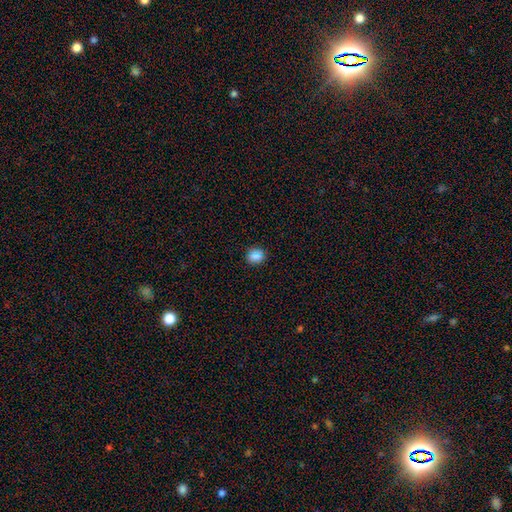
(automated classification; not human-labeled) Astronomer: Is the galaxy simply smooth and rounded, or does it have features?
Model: smooth — 81%.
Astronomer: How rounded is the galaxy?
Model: round — 71%.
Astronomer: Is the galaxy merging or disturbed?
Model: none — 88%.